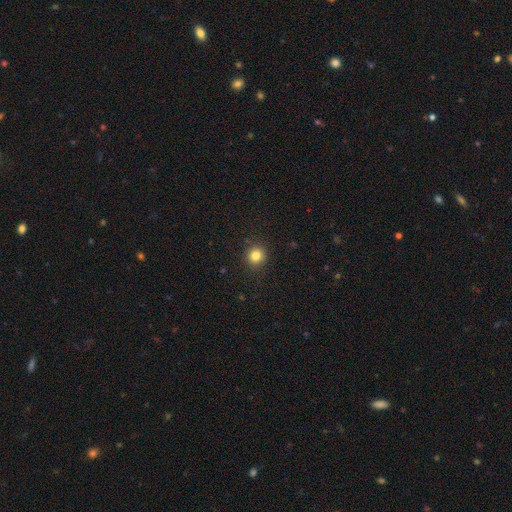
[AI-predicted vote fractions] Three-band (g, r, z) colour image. It shows a smooth galaxy with no disk features (83%) that is round (90%). Merging: none (90%).